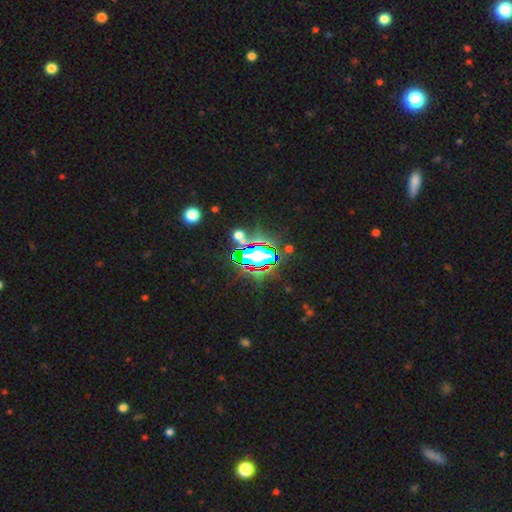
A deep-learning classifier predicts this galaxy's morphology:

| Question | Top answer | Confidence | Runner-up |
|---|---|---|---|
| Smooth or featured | star or artifact | 72% | smooth (16%) |